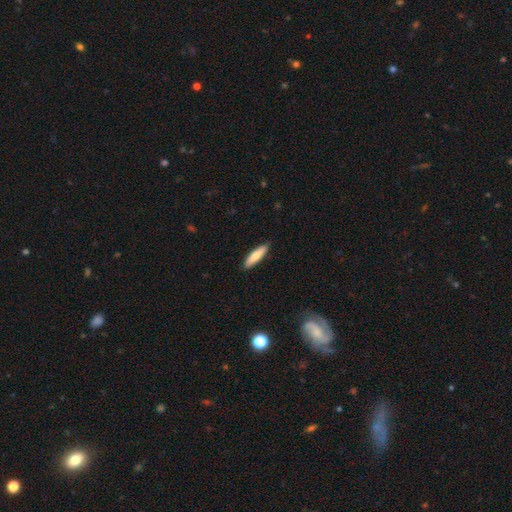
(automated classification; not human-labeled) Overall: smooth (75%). How rounded: cigar-shaped (71%). Merging: none (87%).